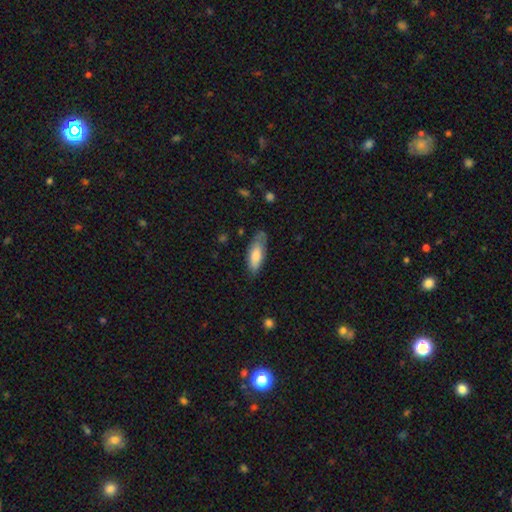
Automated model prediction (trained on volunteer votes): Morphology: type=smooth (73%); roundness=in between (63%); merging=none (67%).